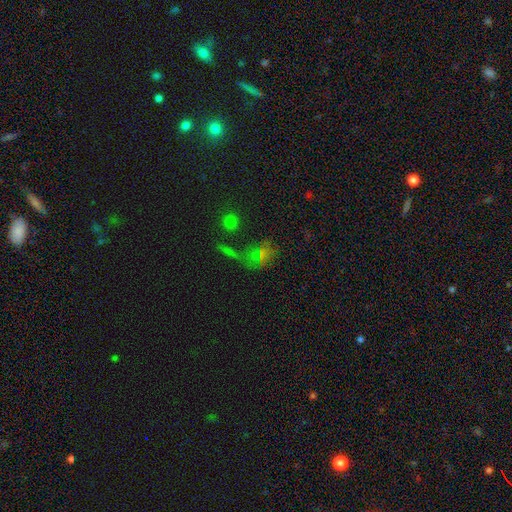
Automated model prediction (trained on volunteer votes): Smooth or featured: star or artifact — 43% (smooth — 34%)